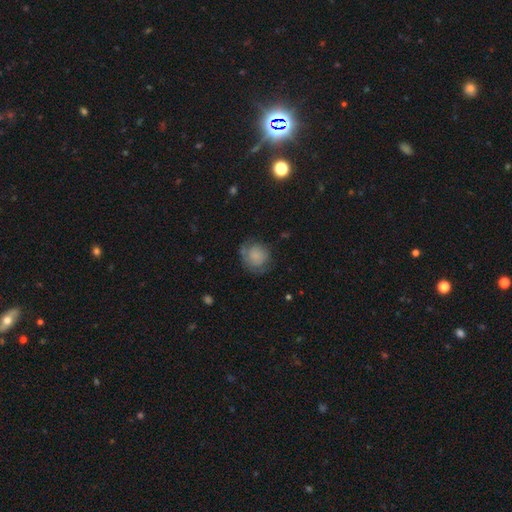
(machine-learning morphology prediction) A smooth galaxy with no disk features (58%) that is round (81%). Merging: none (61%).